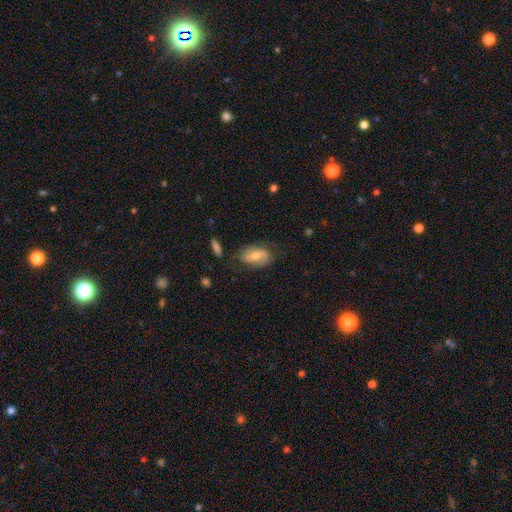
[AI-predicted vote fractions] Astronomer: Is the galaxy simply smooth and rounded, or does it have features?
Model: smooth — 55% (runner-up: featured or disk, 37%).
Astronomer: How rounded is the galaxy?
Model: in between — 89%.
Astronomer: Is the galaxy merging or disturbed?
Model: none — 59%.